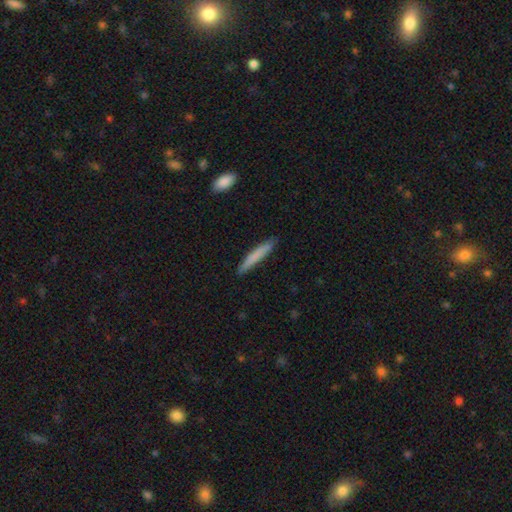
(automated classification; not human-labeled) Smooth or featured? Predicted: smooth (p=0.77). How rounded? Predicted: cigar-shaped (p=0.95). Merging? Predicted: none (p=0.87).